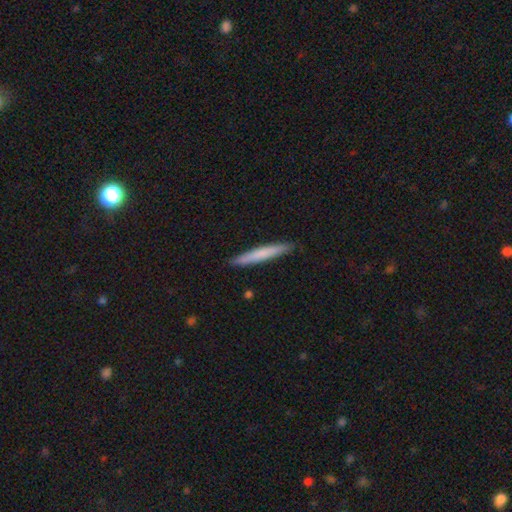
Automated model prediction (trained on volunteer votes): Overall: smooth (70%). How rounded: cigar-shaped (96%). Merging: none (91%).